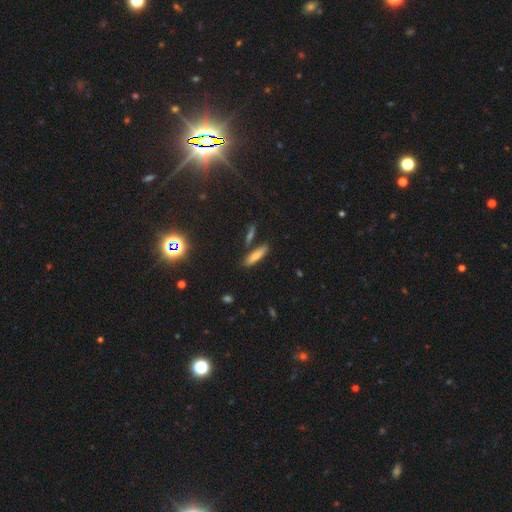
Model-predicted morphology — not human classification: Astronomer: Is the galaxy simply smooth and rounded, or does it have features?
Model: smooth — 72%.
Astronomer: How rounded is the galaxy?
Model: cigar-shaped — 68%.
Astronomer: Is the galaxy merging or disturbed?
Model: none — 78%.